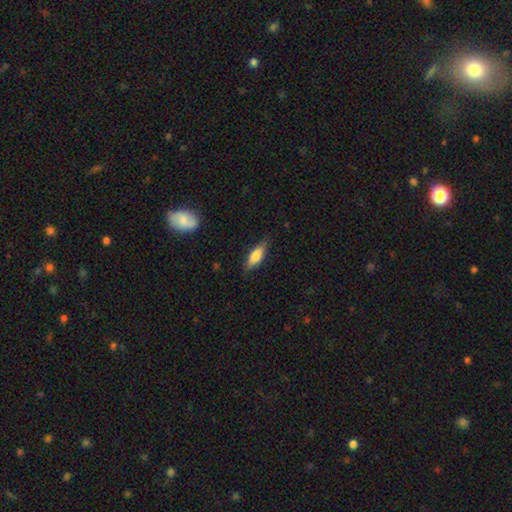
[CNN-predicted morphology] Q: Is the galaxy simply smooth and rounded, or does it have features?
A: smooth — 72%.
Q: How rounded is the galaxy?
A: in between — 58%.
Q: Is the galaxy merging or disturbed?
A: none — 80%.